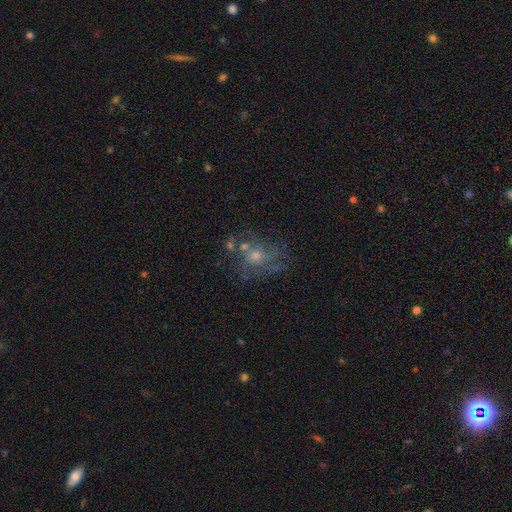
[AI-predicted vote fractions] Smooth or featured? featured or disk (60%)
Edge-on disk? no (97%)
Bar? no (82%)
Spiral arms? yes (62%)
Bulge size? moderate (46%)
Merging? none (54%)